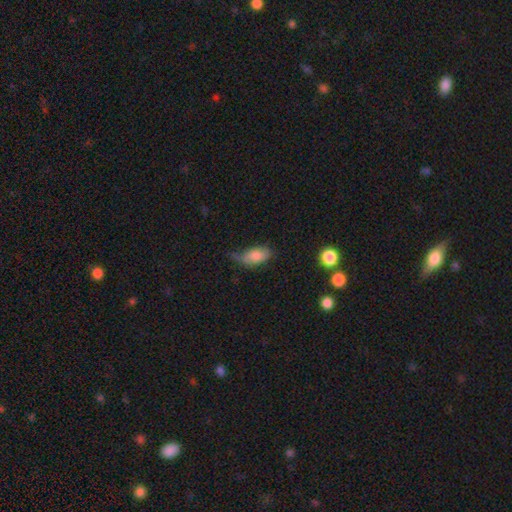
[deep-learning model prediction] smooth-or-featured: smooth: 77% | featured or disk: 15% | star or artifact: 8%
  how-rounded: in between: 91% | round: 5% | cigar-shaped: 4%
  merging: none: 41% | minor disturbance: 38% | major disturbance: 17% | merger: 4%